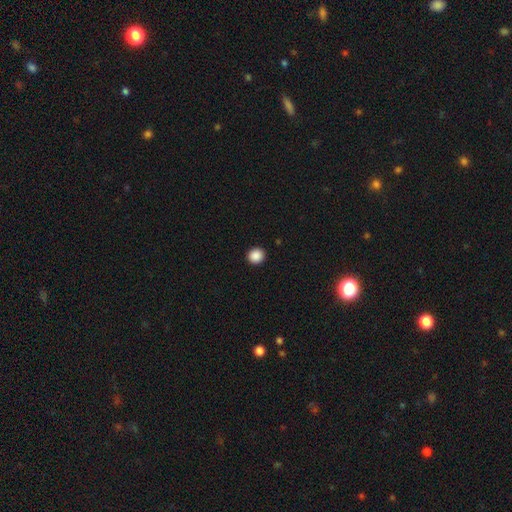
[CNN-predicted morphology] smooth 89%, star or artifact 9%, featured or disk 2%. Down the decision tree: how rounded — round (90%); merging — none (93%).